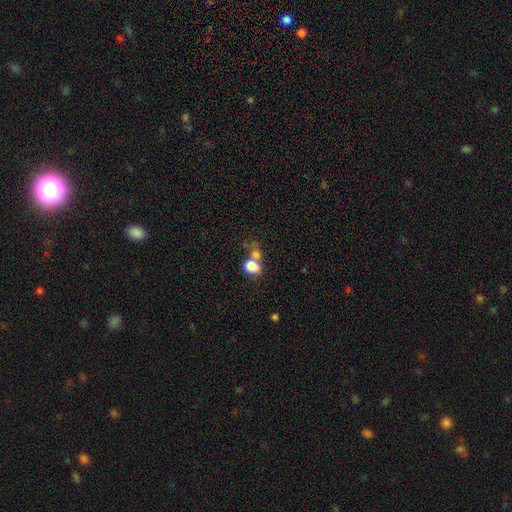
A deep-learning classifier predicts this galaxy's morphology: smooth_or_featured: smooth (p=0.69) [alt: star or artifact p=0.17]
how_rounded: round (p=0.57) [alt: in between p=0.41]
merging: merger (p=0.43) [alt: none p=0.38]